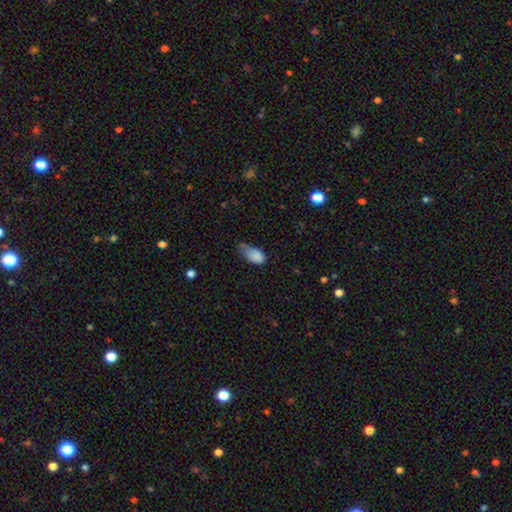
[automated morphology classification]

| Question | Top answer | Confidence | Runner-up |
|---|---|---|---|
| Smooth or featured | smooth | 84% | star or artifact (9%) |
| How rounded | in between | 92% | round (5%) |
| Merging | minor disturbance | 48% | none (28%) |